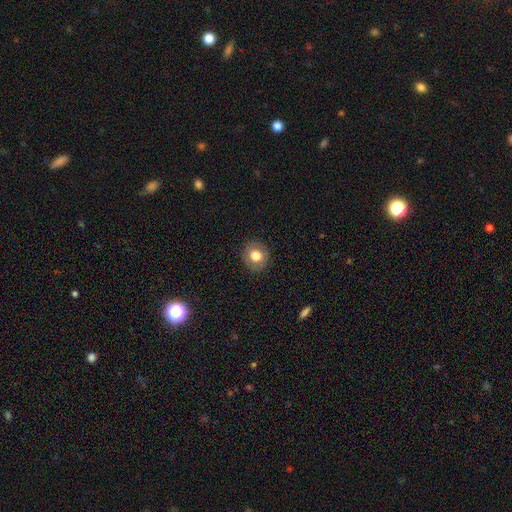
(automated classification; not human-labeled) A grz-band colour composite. It shows a smooth galaxy with no disk features (79%) that is round (82%). Merging: none (90%).